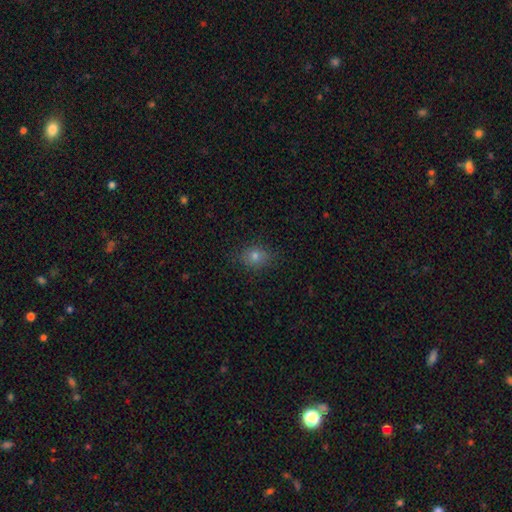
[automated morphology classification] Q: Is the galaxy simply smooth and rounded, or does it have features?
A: smooth — 76%.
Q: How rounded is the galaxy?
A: round — 60%.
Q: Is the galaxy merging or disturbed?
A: none — 84%.